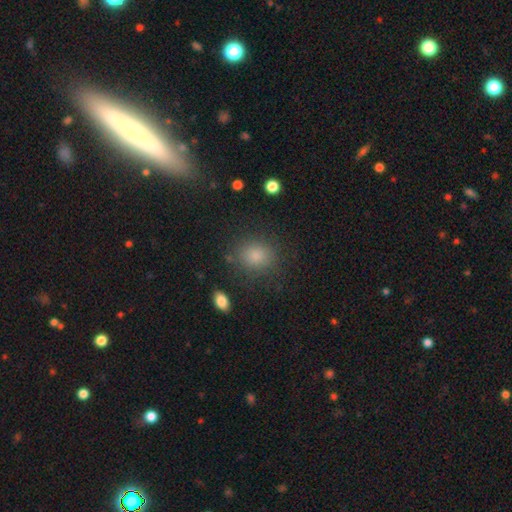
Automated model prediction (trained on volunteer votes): Smooth or featured? smooth (83%)
How rounded? round (66%)
Merging? none (81%)